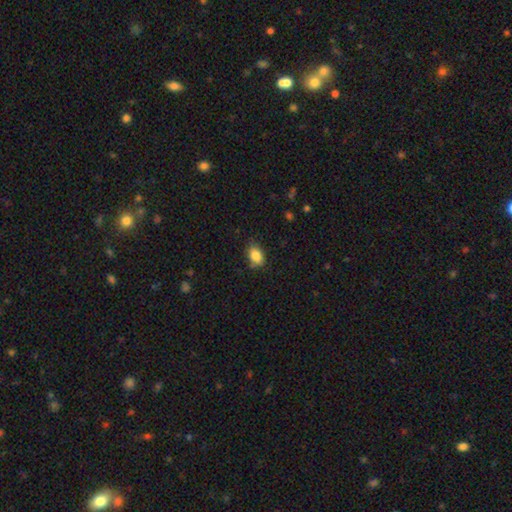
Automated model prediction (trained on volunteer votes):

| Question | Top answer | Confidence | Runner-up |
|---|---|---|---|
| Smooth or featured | smooth | 85% | star or artifact (8%) |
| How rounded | in between | 83% | round (15%) |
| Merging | none | 72% | minor disturbance (22%) |